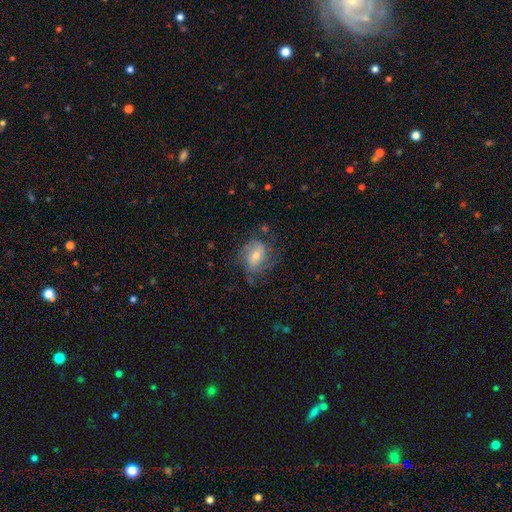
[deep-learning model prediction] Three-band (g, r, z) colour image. It shows a featured or disk galaxy (57%) with no bar (43%), spiral arms (76%) and a moderate central bulge (53%). Merging: none (54%).